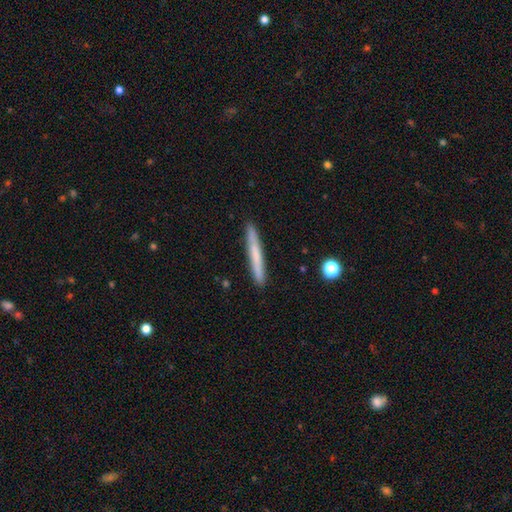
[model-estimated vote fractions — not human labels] This is likely a smooth galaxy (64%). How rounded: clearly cigar-shaped (97%). Merging: clearly none (91%).